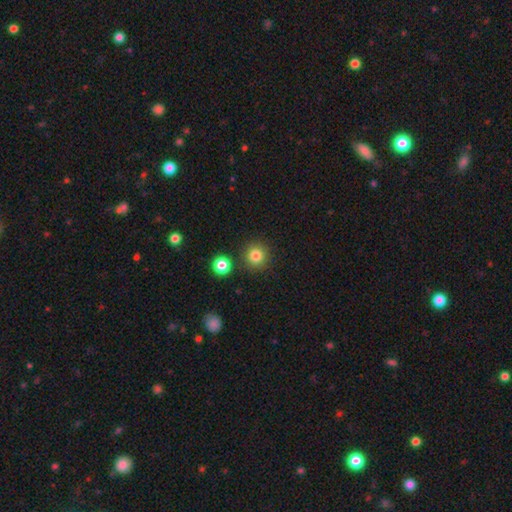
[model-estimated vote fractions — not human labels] Morphology: type=smooth (82%); roundness=round (94%); merging=none (87%).